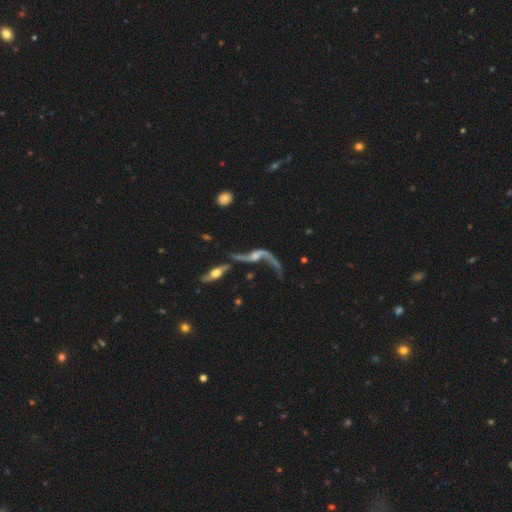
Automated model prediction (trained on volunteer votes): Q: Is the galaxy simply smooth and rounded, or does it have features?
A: featured or disk — 86%.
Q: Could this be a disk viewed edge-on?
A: no — 89%.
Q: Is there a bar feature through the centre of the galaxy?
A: no — 55%.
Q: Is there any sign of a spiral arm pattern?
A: yes — 90%.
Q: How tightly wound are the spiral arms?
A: loose — 94%.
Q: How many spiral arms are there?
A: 2 — 87%.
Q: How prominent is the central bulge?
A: small — 50%.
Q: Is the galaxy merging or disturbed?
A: none — 40%.